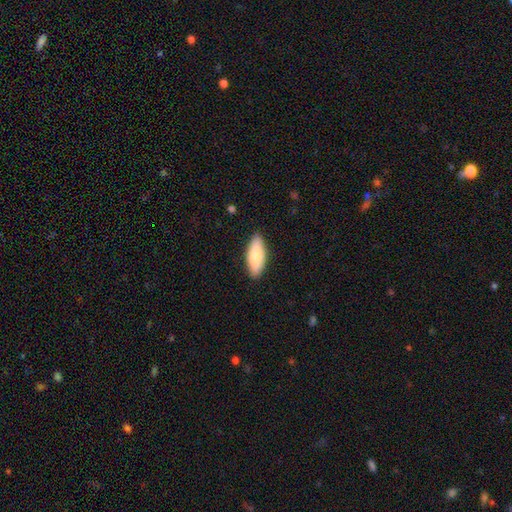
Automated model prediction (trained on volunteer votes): The model was most divided on "how rounded": in between: 81%, cigar-shaped: 18%, round: 2%. More confident: merging — none (85%); smooth or featured — smooth (80%).